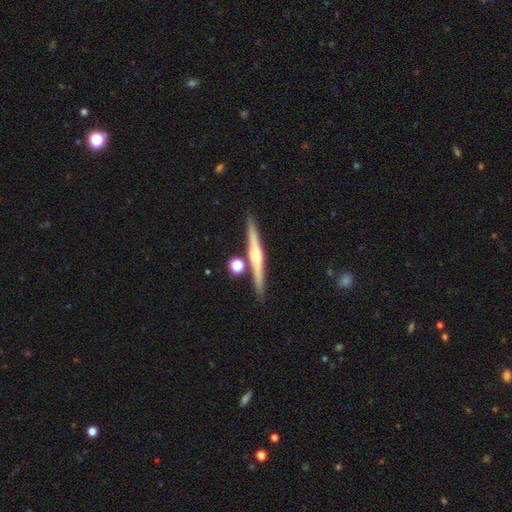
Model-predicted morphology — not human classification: Smooth or featured: featured or disk — 63% (smooth — 31%)
Edge-on disk: yes — 97% (no — 3%)
Edge-on bulge: rounded — 68% (none — 19%)
Merging: none — 84% (minor disturbance — 8%)